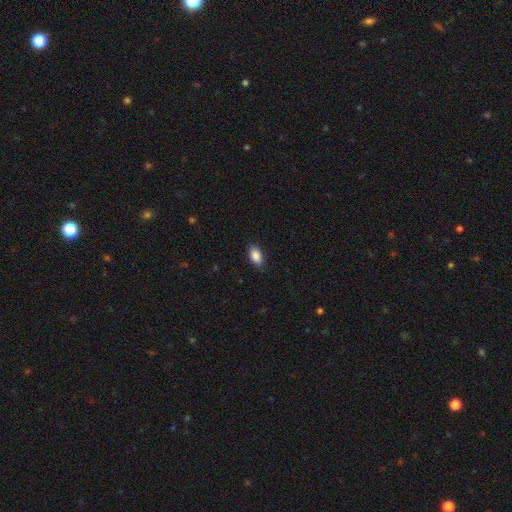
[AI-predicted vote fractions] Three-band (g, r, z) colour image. It shows a smooth galaxy with no disk features (88%) that is in between round and cigar-shaped (92%). Merging: none (86%).